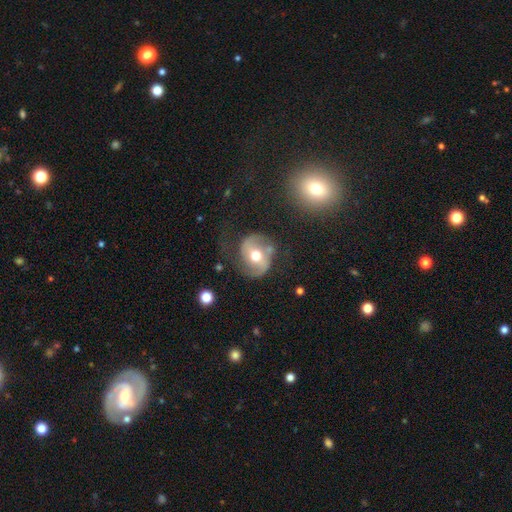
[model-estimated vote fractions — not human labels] A featured or disk galaxy (71%) with no bar (41%), 2 (85%) medium (44%) spiral arms (84%) and a moderate central bulge (78%).

Vote fractions:
- Smooth or featured? featured or disk: 71% / smooth: 22% / star or artifact: 7%
- Edge-on disk? no: 97% / yes: 3%
- Bar? no: 41% / weak: 37% / strong: 22%
- Spiral arms? yes: 84% / no: 16%
- Spiral winding? medium: 44% / loose: 41% / tight: 15%
- Spiral arm count? 2: 85% / 1: 6% / can't tell: 6% / 3: 1% / 4: 1% / more than 4: 1%
- Bulge size? moderate: 78% / large: 11% / small: 9% / dominant: 1% / none: 1%
- Merging? none: 61% / minor disturbance: 21% / major disturbance: 15% / merger: 4%